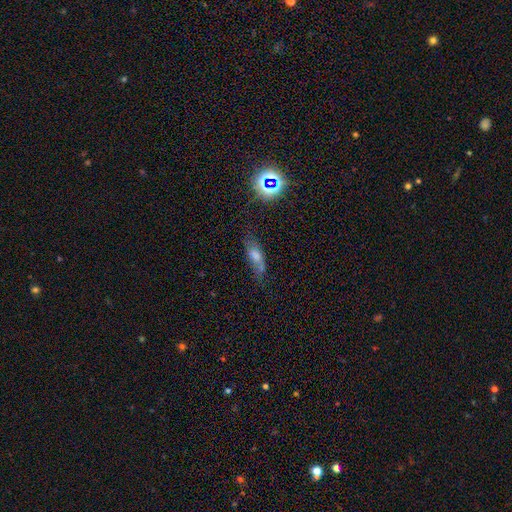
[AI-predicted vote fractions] Overall: smooth (57%; featured or disk 26%). How rounded: in between (59%; cigar-shaped 36%). Merging: none (52%; minor disturbance 28%).